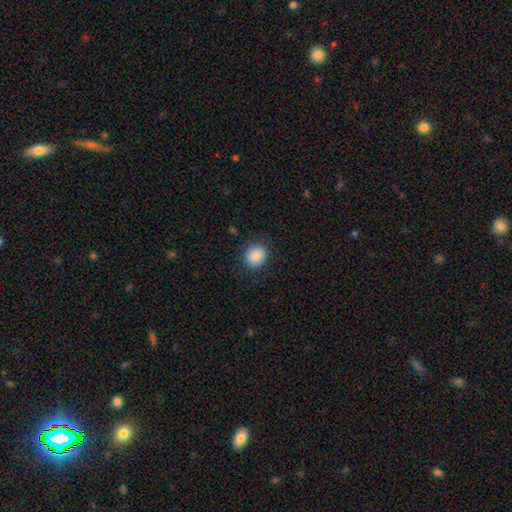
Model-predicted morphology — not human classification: Q: Smooth or featured?
A: smooth (89%); runner-up: star or artifact (8%)
Q: How rounded?
A: round (77%); runner-up: in between (22%)
Q: Merging?
A: none (86%); runner-up: minor disturbance (10%)